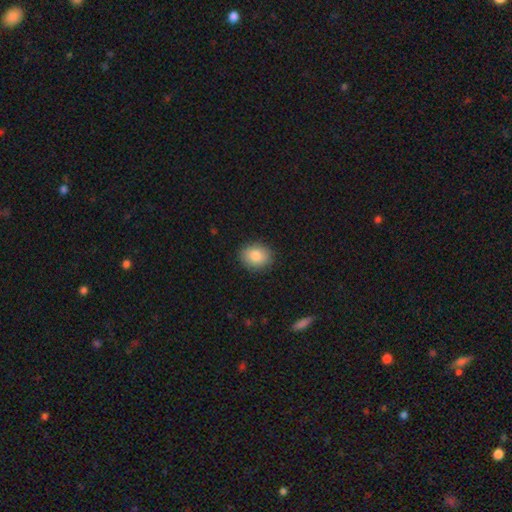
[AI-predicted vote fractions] A smooth galaxy with no disk features (84%) that is round (59%). Merging: none (88%).